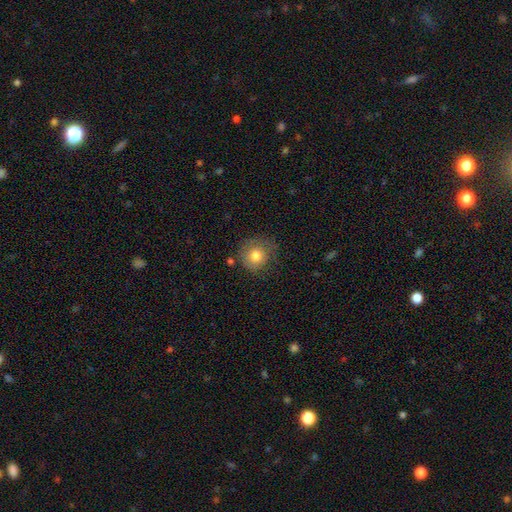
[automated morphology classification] smooth-or-featured: smooth: 78% | featured or disk: 13% | star or artifact: 10%
  how-rounded: round: 91% | in between: 8% | cigar-shaped: 1%
  merging: none: 70% | minor disturbance: 20% | major disturbance: 7% | merger: 3%